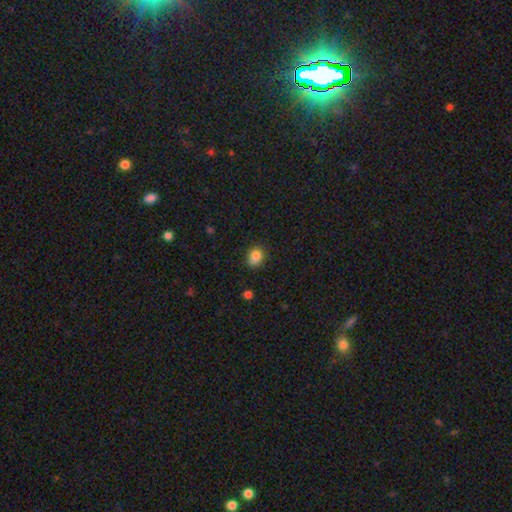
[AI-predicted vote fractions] Smooth or featured? Predicted: smooth (p=0.85). How rounded? Predicted: in between (p=0.52). Merging? Predicted: none (p=0.75).